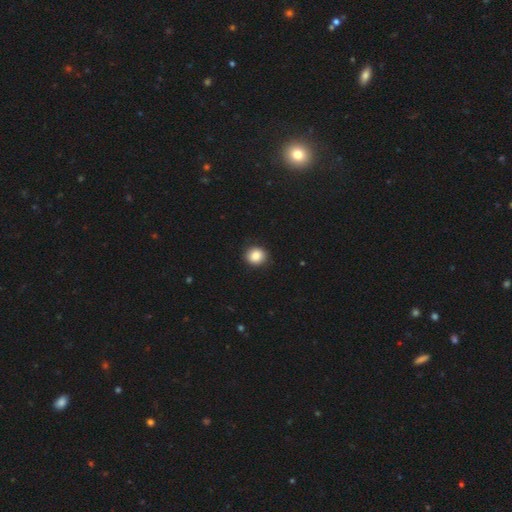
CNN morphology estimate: This is clearly a smooth galaxy (86%). How rounded: clearly round (82%). Merging: clearly none (89%).